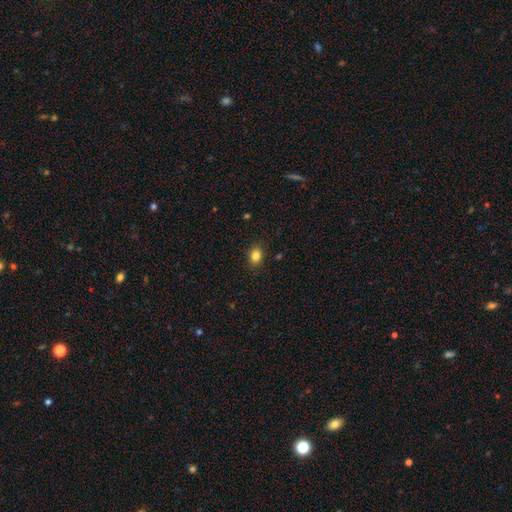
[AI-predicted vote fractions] smooth 84%, star or artifact 10%, featured or disk 6%. Down the decision tree: how rounded — in between (62%); merging — none (87%).